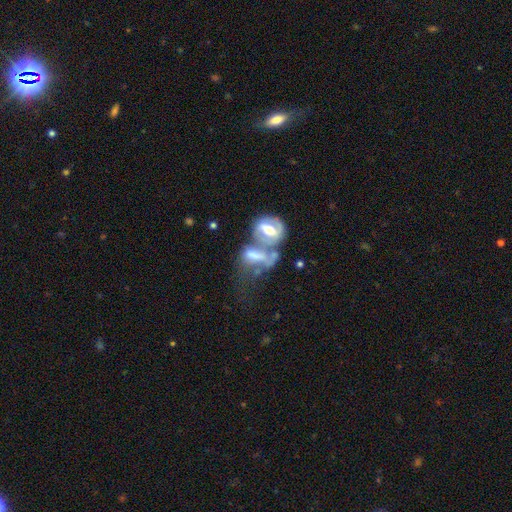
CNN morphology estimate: Overall: featured or disk (56%; smooth 35%). Edge-on disk: no (92%). Bar: strong (43%; no 30%). Spiral arms: no (68%; yes 32%). Bulge size: moderate (48%; small 18%). Merging: merger (63%).